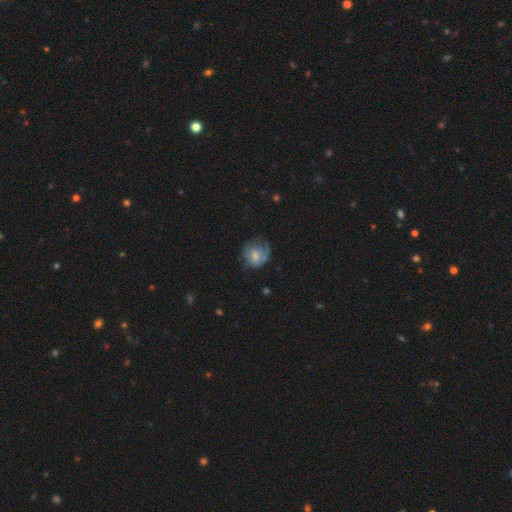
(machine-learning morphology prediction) Smooth or featured? smooth (51%)
How rounded? round (70%)
Merging? none (51%)